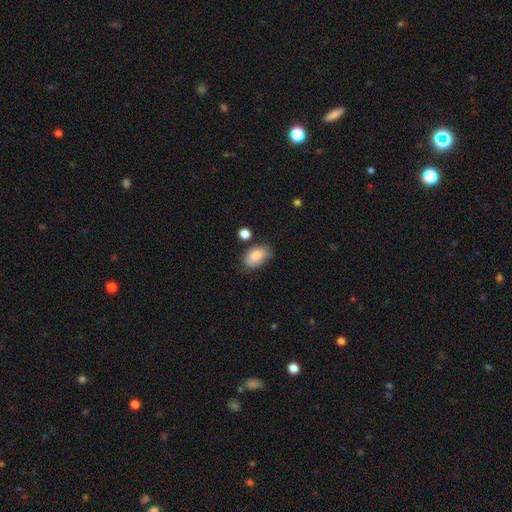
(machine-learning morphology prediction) Q: Smooth or featured?
A: smooth (81%); runner-up: featured or disk (12%)
Q: How rounded?
A: in between (89%); runner-up: round (10%)
Q: Merging?
A: none (68%); runner-up: minor disturbance (21%)